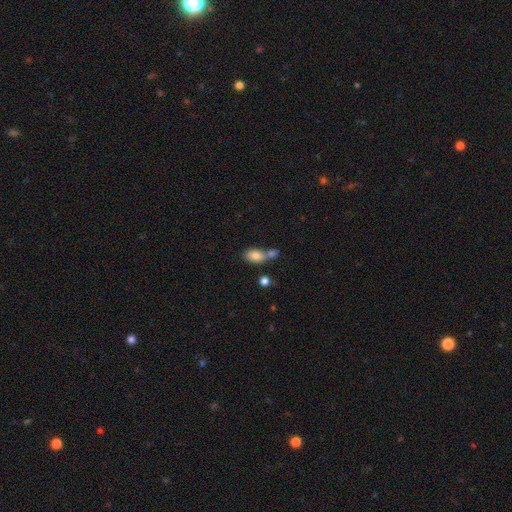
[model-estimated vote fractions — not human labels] smooth_or_featured: smooth (p=0.80) [alt: featured or disk p=0.12]
how_rounded: in between (p=0.87) [alt: round p=0.09]
merging: merger (p=0.48) [alt: none p=0.36]